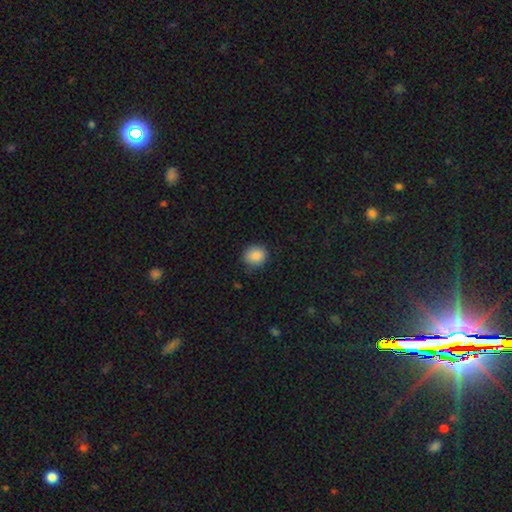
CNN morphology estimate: A smooth galaxy with no disk features (87%) that is round (75%). Merging: none (83%).